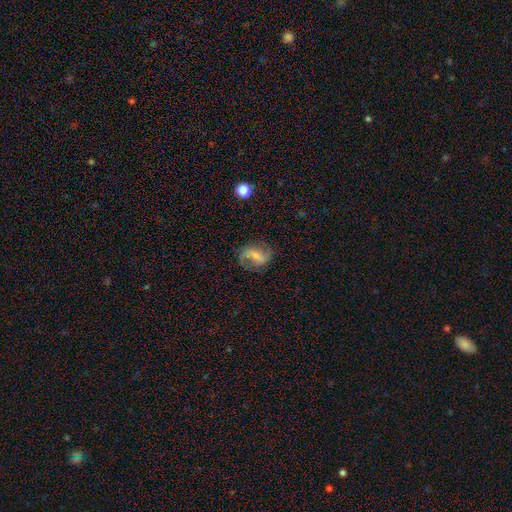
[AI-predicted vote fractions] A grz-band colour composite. It shows a featured or disk galaxy (71%) with a strong bar (41%), 2 (82%) loose (57%) spiral arms (89%) and a small central bulge (39%). Merging: none (67%).